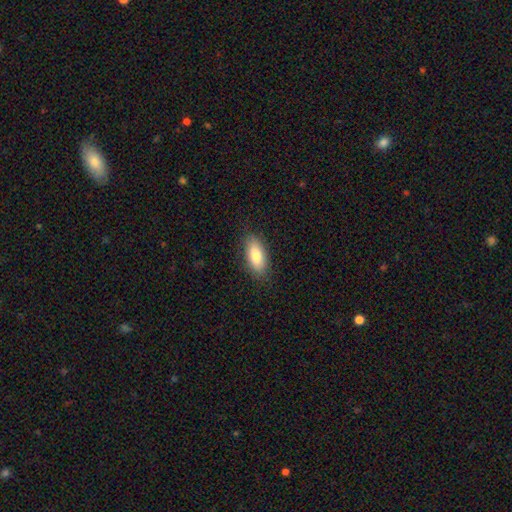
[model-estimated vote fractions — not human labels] Morphology: type=smooth (81%); roundness=in between (83%); merging=none (86%).